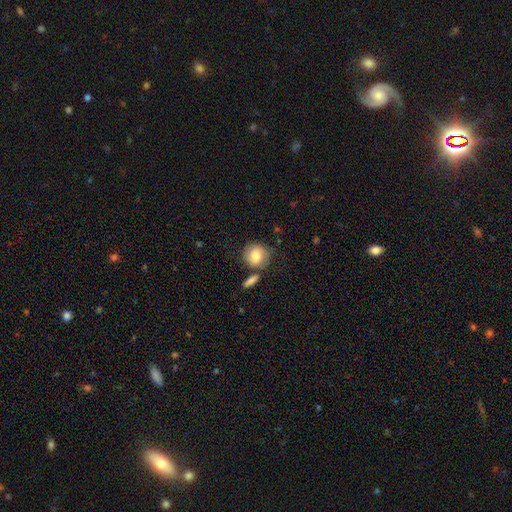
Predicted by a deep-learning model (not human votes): Overall: smooth (79%). How rounded: round (83%). Merging: none (66%).